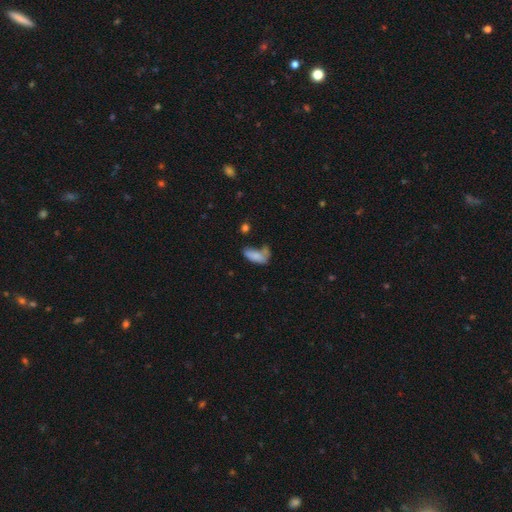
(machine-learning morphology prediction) Smooth or featured?
  - smooth: 78% *
  - featured or disk: 13%
  - star or artifact: 10%
How rounded?
  - in between: 83% *
  - cigar-shaped: 13%
  - round: 3%
Merging?
  - none: 35% *
  - minor disturbance: 25%
  - major disturbance: 20%
  - merger: 20%